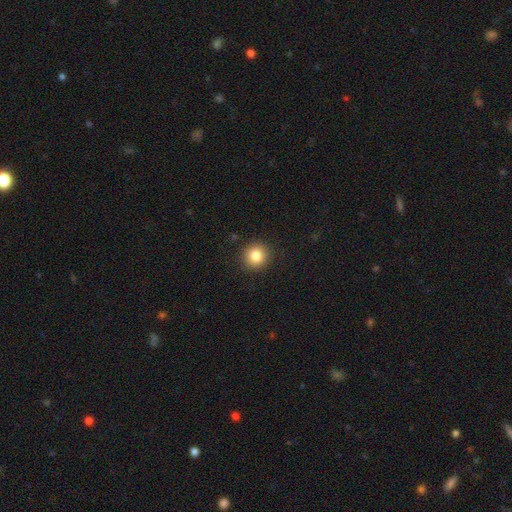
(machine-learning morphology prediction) This appears to be a smooth galaxy with no disk features (83%) that is round (92%). Merging: none (91%).